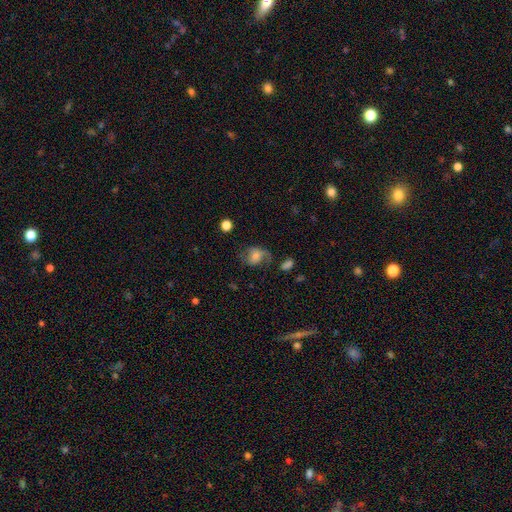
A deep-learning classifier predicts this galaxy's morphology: A smooth galaxy with no disk features (45%).

Vote fractions:
- Smooth or featured? smooth: 45% / featured or disk: 44% / star or artifact: 11%
- Merging? none: 47% / minor disturbance: 25% / major disturbance: 24% / merger: 4%